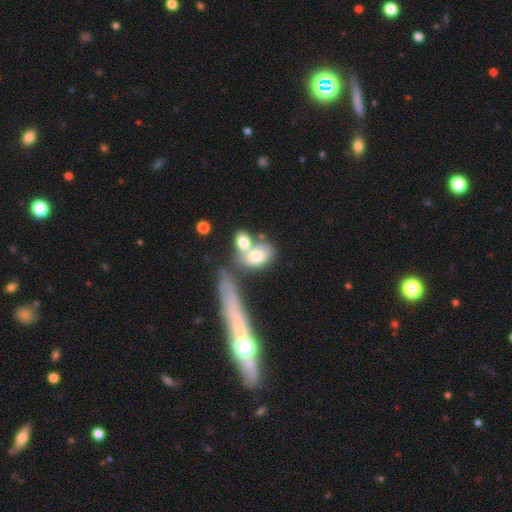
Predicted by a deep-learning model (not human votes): Q: Smooth or featured?
A: smooth (68%); runner-up: featured or disk (24%)
Q: How rounded?
A: in between (76%); runner-up: round (18%)
Q: Merging?
A: merger (54%); runner-up: none (27%)